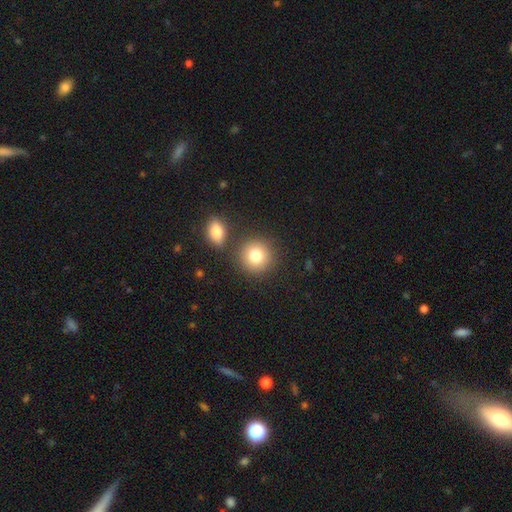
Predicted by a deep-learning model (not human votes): Q: Smooth or featured?
A: smooth (80%); runner-up: star or artifact (10%)
Q: How rounded?
A: round (89%); runner-up: in between (10%)
Q: Merging?
A: none (75%); runner-up: merger (14%)